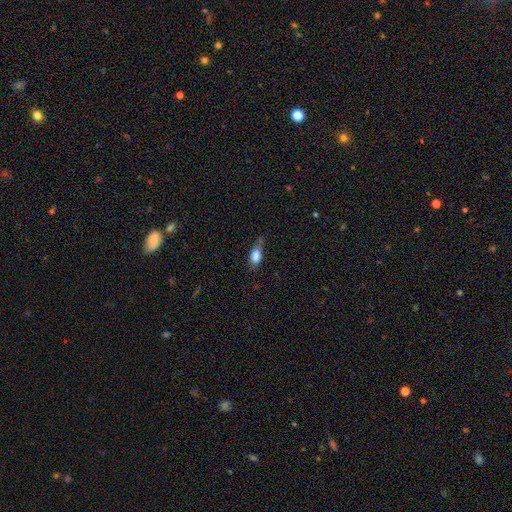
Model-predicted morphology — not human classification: This is likely a smooth galaxy (80%). How rounded: clearly in between (82%). Merging: possibly none (49%).